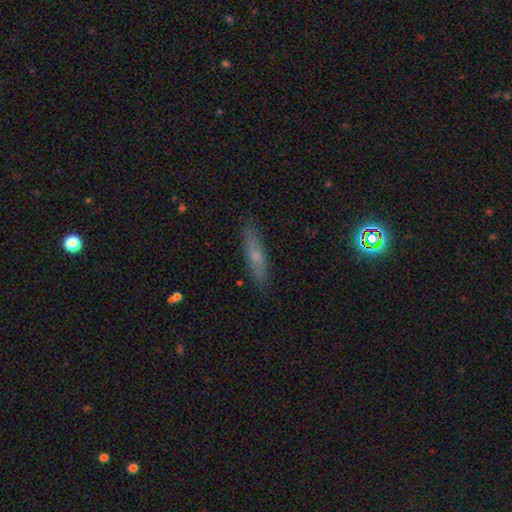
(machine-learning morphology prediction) Q: Smooth or featured?
A: smooth (53%); runner-up: featured or disk (38%)
Q: How rounded?
A: cigar-shaped (82%); runner-up: in between (15%)
Q: Merging?
A: none (87%); runner-up: minor disturbance (10%)